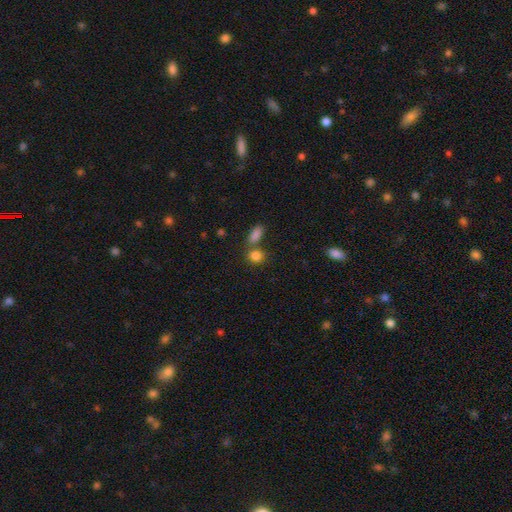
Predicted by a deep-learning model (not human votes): A smooth galaxy with no disk features (84%) that is round (53%).

Vote fractions:
- Smooth or featured? smooth: 84% / star or artifact: 10% / featured or disk: 6%
- How rounded? round: 53% / in between: 44% / cigar-shaped: 3%
- Merging? none: 53% / merger: 33% / minor disturbance: 10% / major disturbance: 4%